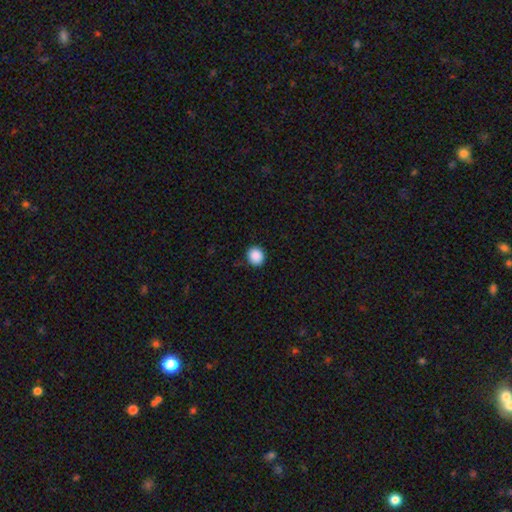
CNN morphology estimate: smooth 89%, star or artifact 9%, featured or disk 2%. Down the decision tree: how rounded — round (85%); merging — none (90%).